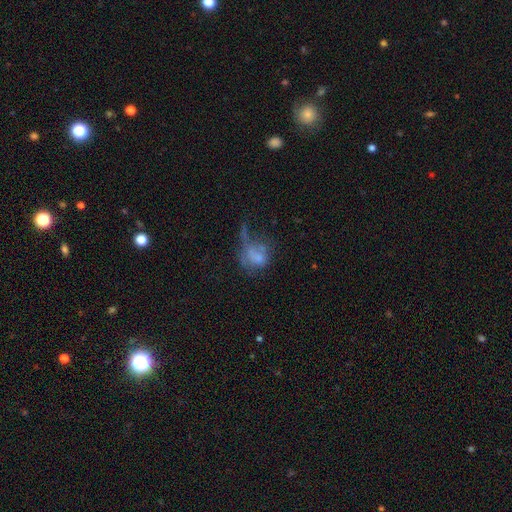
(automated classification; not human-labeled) A smooth galaxy with no disk features (51%) that is in between round and cigar-shaped (53%).

Vote fractions:
- Smooth or featured? smooth: 51% / featured or disk: 35% / star or artifact: 13%
- How rounded? in between: 53% / round: 45% / cigar-shaped: 2%
- Merging? major disturbance: 47% / none: 19% / merger: 18% / minor disturbance: 16%